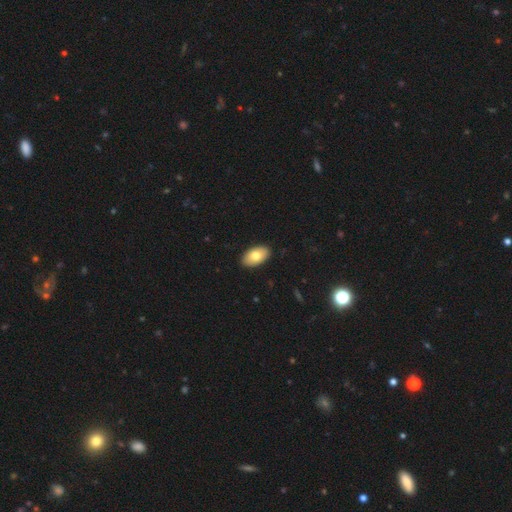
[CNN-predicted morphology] A smooth galaxy with no disk features (76%) that is in between round and cigar-shaped (95%). Merging: none (90%).